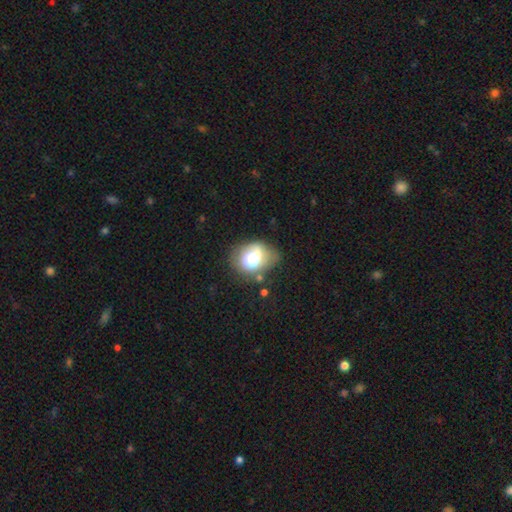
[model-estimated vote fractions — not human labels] Overall: smooth (61%; featured or disk 27%). How rounded: round (52%; in between 47%). Merging: none (36%; minor disturbance 25%).